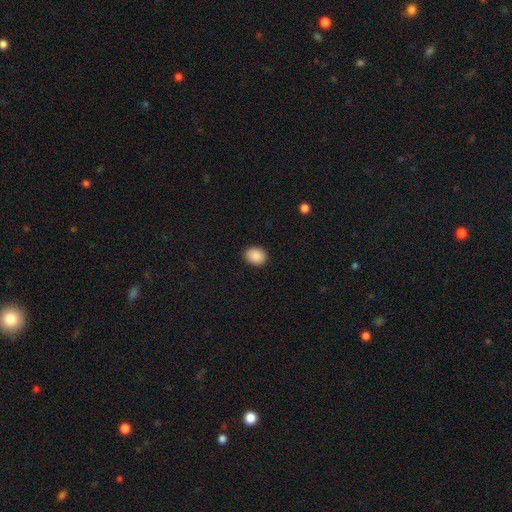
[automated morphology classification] Smooth or featured? smooth (89%)
How rounded? in between (58%)
Merging? none (90%)